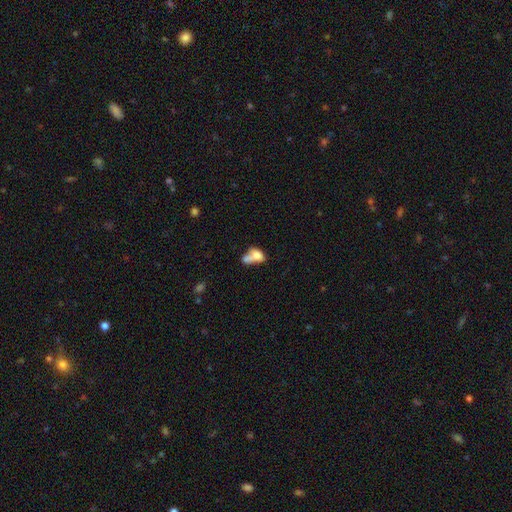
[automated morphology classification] Smooth or featured: smooth — 65% (featured or disk — 25%)
How rounded: in between — 79% (round — 17%)
Merging: merger — 58% (none — 18%)